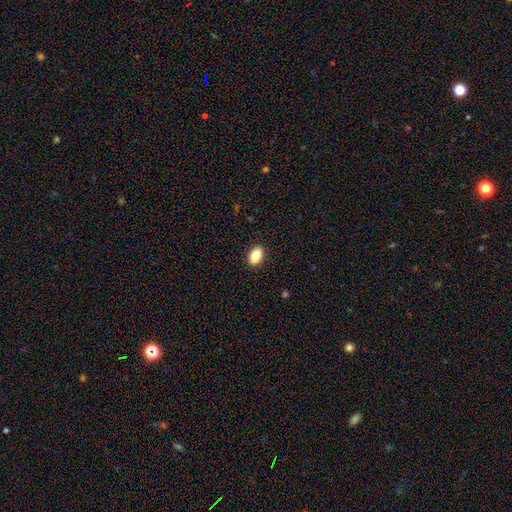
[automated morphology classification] Q: Smooth or featured?
A: smooth (86%); runner-up: star or artifact (8%)
Q: How rounded?
A: in between (88%); runner-up: round (10%)
Q: Merging?
A: none (89%); runner-up: minor disturbance (8%)